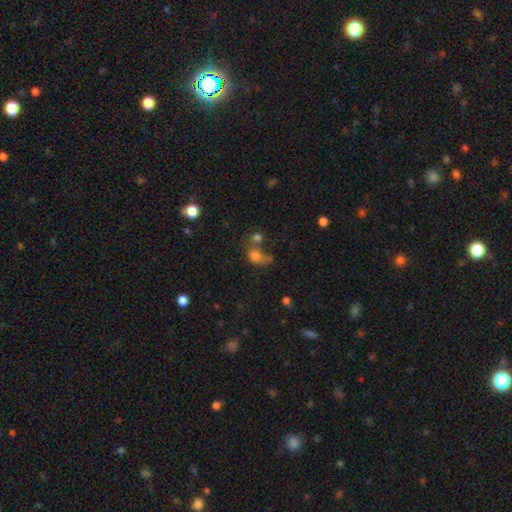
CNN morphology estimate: smooth 73%, star or artifact 16%, featured or disk 11%. Down the decision tree: how rounded — round (57%); merging — merger (37%).